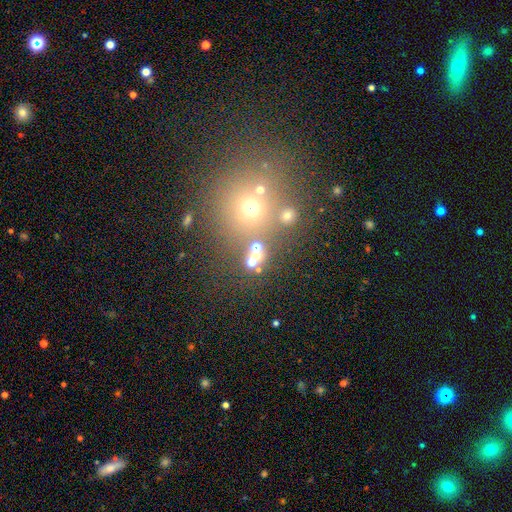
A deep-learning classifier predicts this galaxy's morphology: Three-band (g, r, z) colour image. It shows a smooth galaxy with no disk features (53%) that is round (81%). Merging: none (60%).